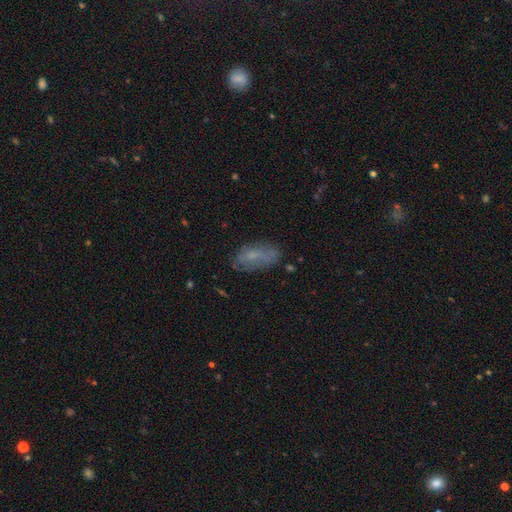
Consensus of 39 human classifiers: This appears to be a smooth galaxy with no disk features (79%) that is in between round and cigar-shaped (87%). Merging: none (66%).